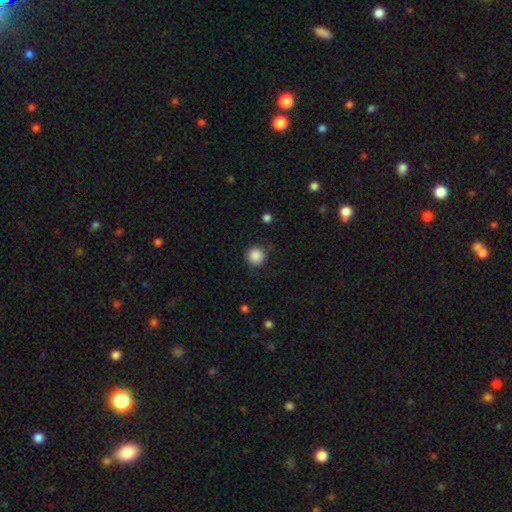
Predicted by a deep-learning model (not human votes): smooth 87%, star or artifact 10%, featured or disk 3%. Down the decision tree: how rounded — round (95%); merging — none (85%).